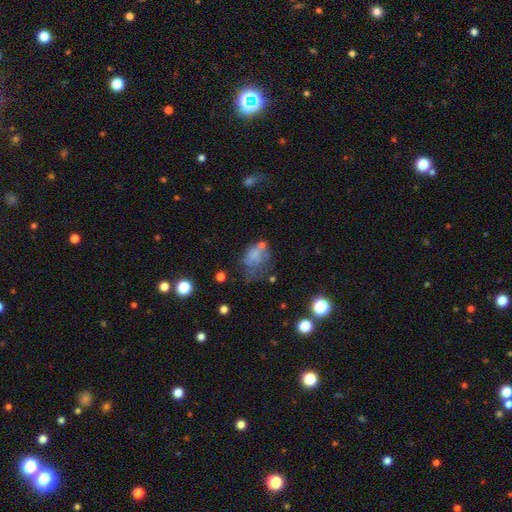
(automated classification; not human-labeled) The model was most divided on "merging": major disturbance: 37%, none: 25%, minor disturbance: 25%, merger: 12%. More confident: how rounded — in between (71%); smooth or featured — smooth (52%).